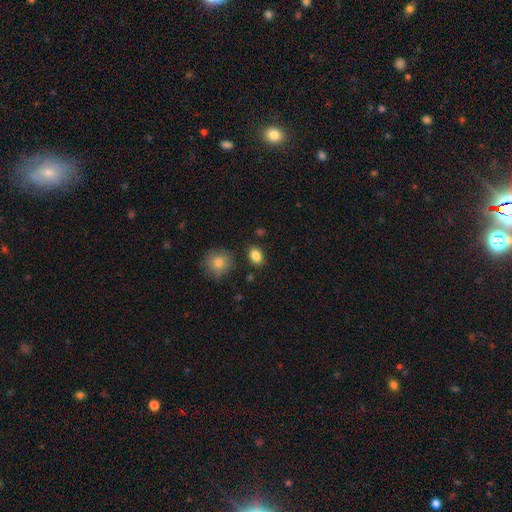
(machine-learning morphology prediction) This is clearly a smooth galaxy (85%). How rounded: likely in between (67%). Merging: clearly none (85%).